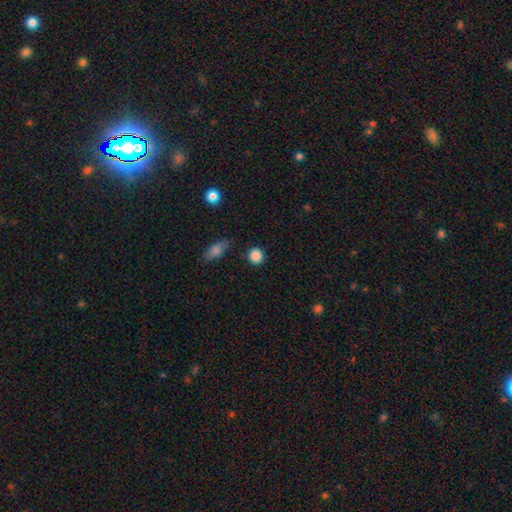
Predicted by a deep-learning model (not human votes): smooth_or_featured: smooth (p=0.87) [alt: star or artifact p=0.09]
how_rounded: round (p=0.88) [alt: in between p=0.10]
merging: none (p=0.87) [alt: minor disturbance p=0.09]